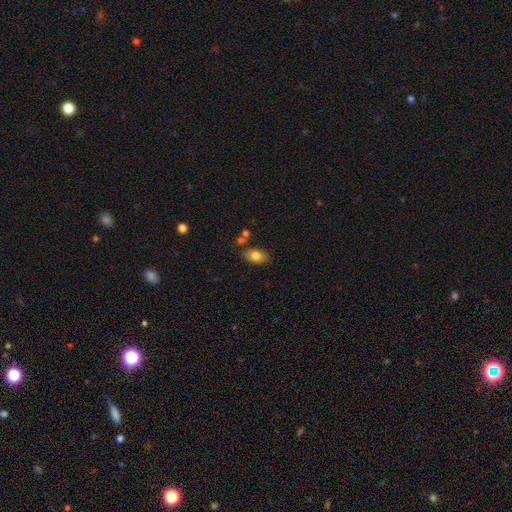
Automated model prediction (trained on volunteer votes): Overall: smooth (81%). How rounded: in between (88%). Merging: none (76%).